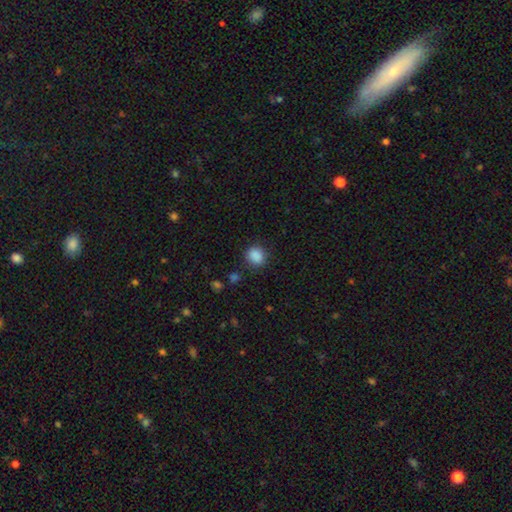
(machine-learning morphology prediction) A smooth galaxy with no disk features (87%) that is round (68%).

Vote fractions:
- Smooth or featured? smooth: 87% / star or artifact: 10% / featured or disk: 3%
- How rounded? round: 68% / in between: 31% / cigar-shaped: 1%
- Merging? none: 81% / minor disturbance: 13% / major disturbance: 4% / merger: 2%